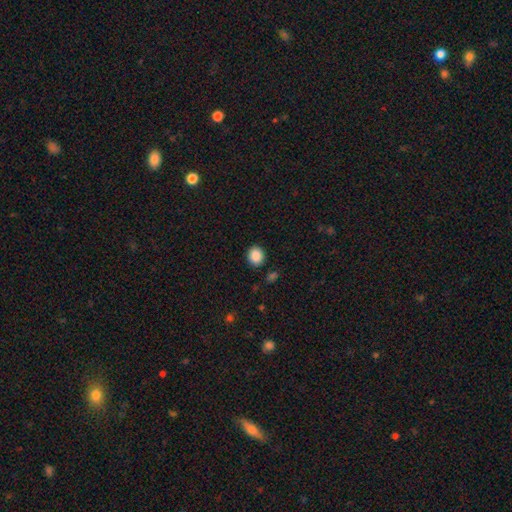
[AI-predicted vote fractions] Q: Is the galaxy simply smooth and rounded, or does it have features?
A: smooth — 88%.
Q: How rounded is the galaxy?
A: round — 73%.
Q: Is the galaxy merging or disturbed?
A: none — 88%.